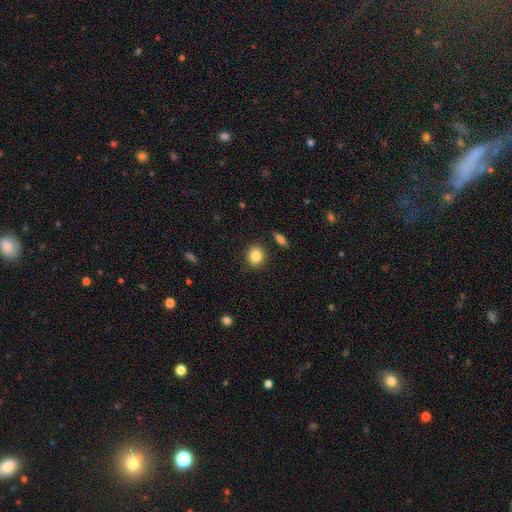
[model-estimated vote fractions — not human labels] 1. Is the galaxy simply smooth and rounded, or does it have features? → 86% smooth, 9% star or artifact, 6% featured or disk.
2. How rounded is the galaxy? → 79% round, 20% in between, 1% cigar-shaped.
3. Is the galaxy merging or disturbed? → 88% none, 8% minor disturbance, 2% major disturbance, 2% merger.